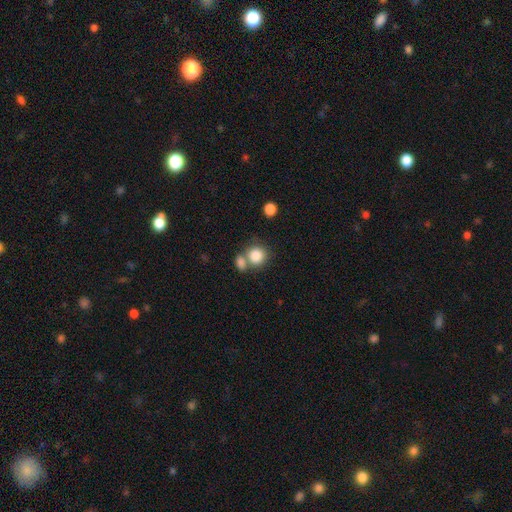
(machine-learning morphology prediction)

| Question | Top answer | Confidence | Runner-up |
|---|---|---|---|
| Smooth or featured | smooth | 84% | star or artifact (9%) |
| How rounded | round | 81% | in between (18%) |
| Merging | none | 47% | merger (39%) |